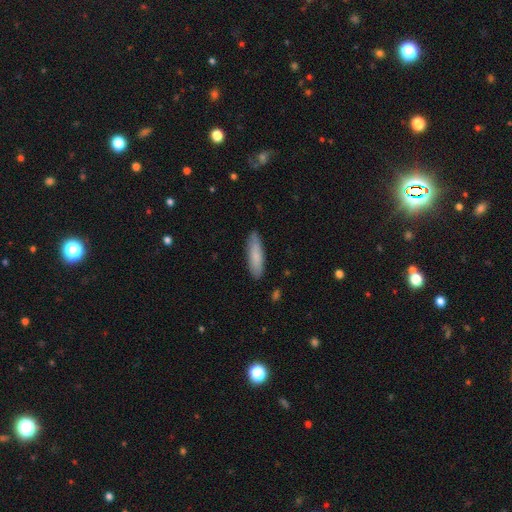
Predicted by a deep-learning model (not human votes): Smooth or featured?
  - smooth: 82% *
  - featured or disk: 13%
  - star or artifact: 5%
How rounded?
  - cigar-shaped: 67% *
  - in between: 31%
  - round: 1%
Merging?
  - none: 87% *
  - minor disturbance: 10%
  - major disturbance: 2%
  - merger: 1%